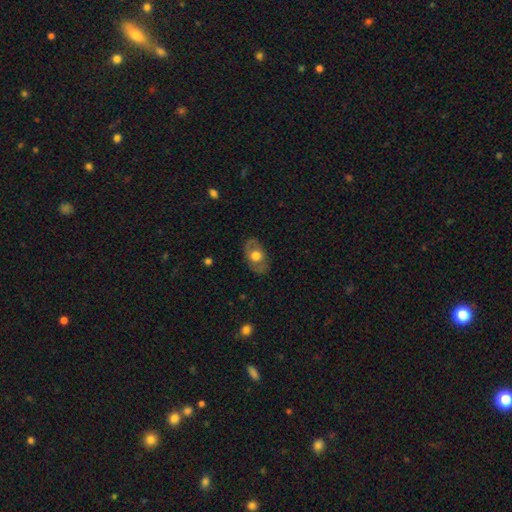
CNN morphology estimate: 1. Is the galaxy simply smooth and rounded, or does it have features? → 53% smooth, 41% featured or disk, 7% star or artifact.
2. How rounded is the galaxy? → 81% in between, 17% round, 2% cigar-shaped.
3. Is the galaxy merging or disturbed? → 79% none, 15% minor disturbance, 5% major disturbance, 1% merger.